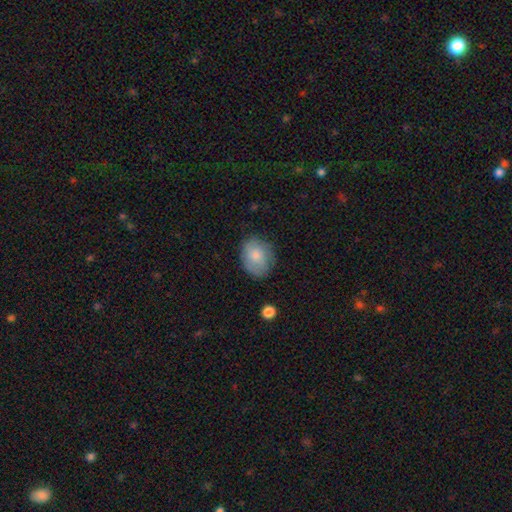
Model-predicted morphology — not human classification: Overall: smooth (76%). How rounded: in between (60%; round 39%). Merging: none (71%).